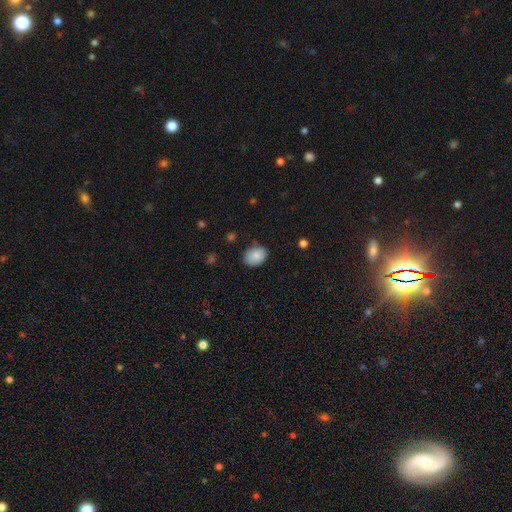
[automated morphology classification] This is clearly a smooth galaxy (83%). How rounded: likely in between (63%). Merging: likely none (76%).